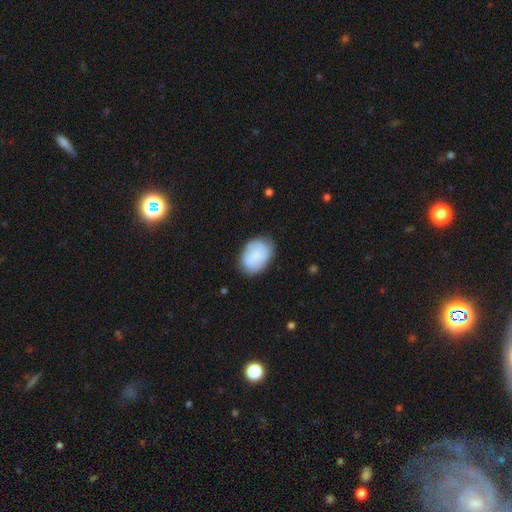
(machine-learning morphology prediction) type=smooth (73%); roundness=in between (79%); merging=none (69%).